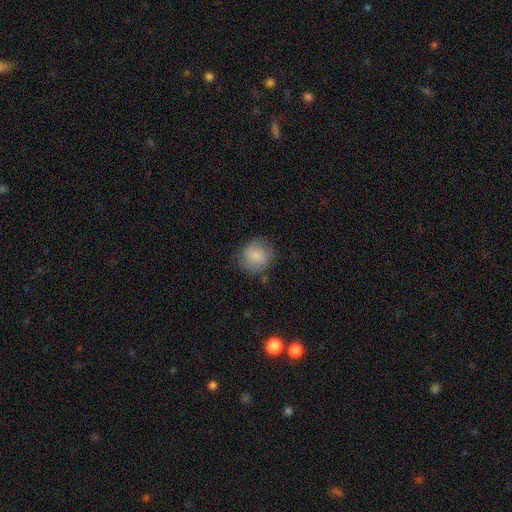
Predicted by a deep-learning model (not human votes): Smooth or featured: smooth — 86% (star or artifact — 7%)
How rounded: round — 86% (in between — 13%)
Merging: none — 76% (minor disturbance — 17%)